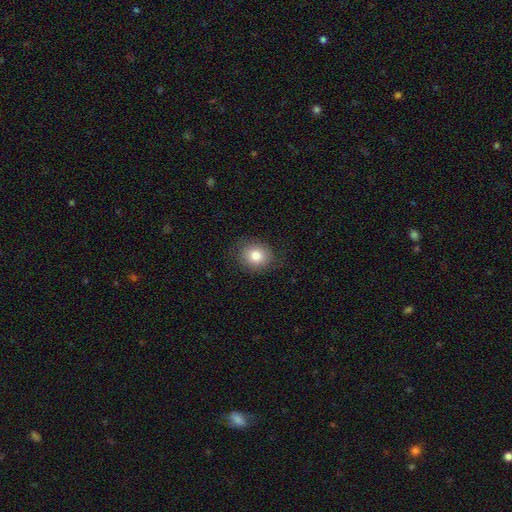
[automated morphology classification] smooth_or_featured: smooth (p=0.80) [alt: star or artifact p=0.10]
how_rounded: round (p=0.74) [alt: in between p=0.25]
merging: none (p=0.85) [alt: minor disturbance p=0.11]